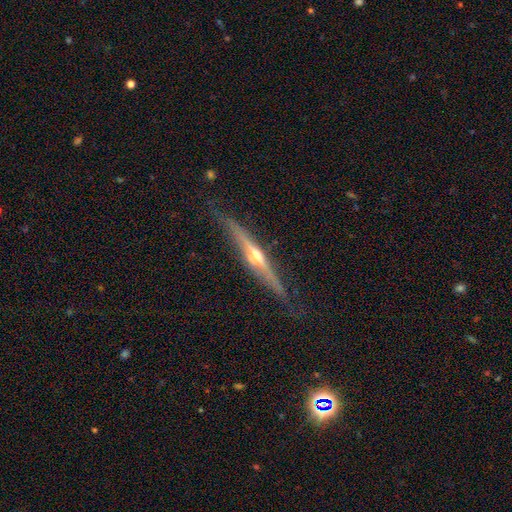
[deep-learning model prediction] Morphology: type=featured or disk (78%); edge-on=yes (97%); edge-on bulge=rounded (86%); merging=none (82%).